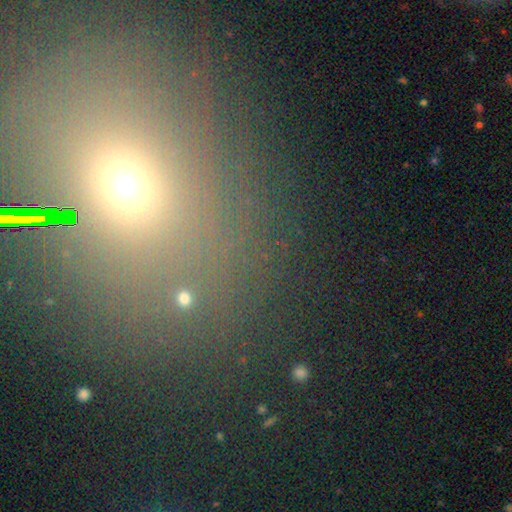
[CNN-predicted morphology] This appears to be a star or artifact, not a galaxy (51%).